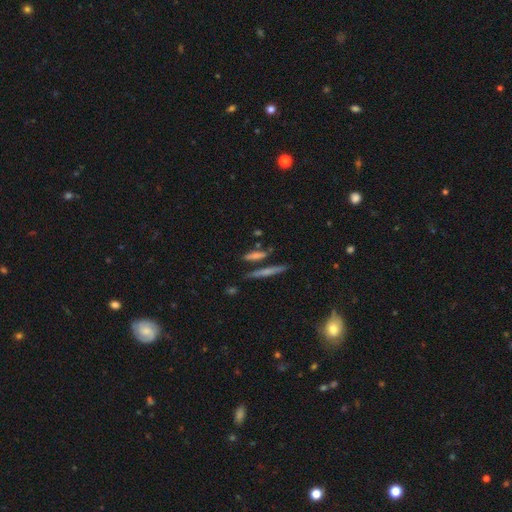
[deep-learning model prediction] Morphology: type=smooth (54%); roundness=cigar-shaped (87%); merging=none (76%).